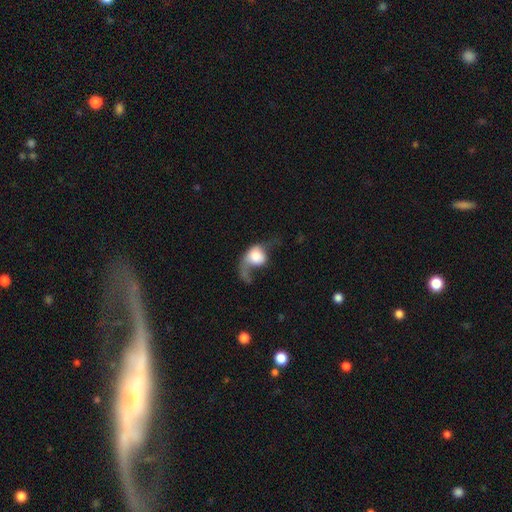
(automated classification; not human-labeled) Smooth or featured? smooth (58%)
How rounded? round (59%)
Merging? major disturbance (60%)